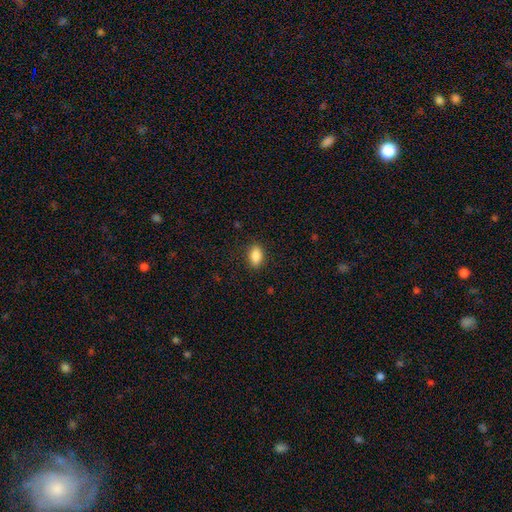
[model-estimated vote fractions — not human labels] A smooth galaxy with no disk features (88%) that is in between round and cigar-shaped (89%).

Vote fractions:
- Smooth or featured? smooth: 88% / star or artifact: 8% / featured or disk: 4%
- How rounded? in between: 89% / round: 8% / cigar-shaped: 3%
- Merging? none: 88% / minor disturbance: 9% / major disturbance: 2% / merger: 1%